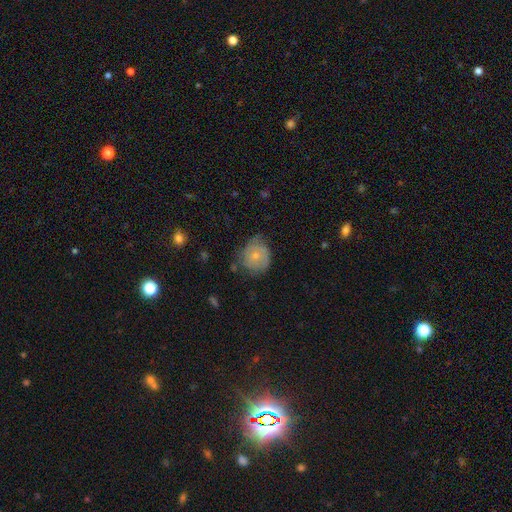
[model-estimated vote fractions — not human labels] smooth-or-featured: smooth: 61% | featured or disk: 32% | star or artifact: 8%
  how-rounded: round: 78% | in between: 21% | cigar-shaped: 1%
  merging: none: 54% | minor disturbance: 33% | major disturbance: 10% | merger: 2%